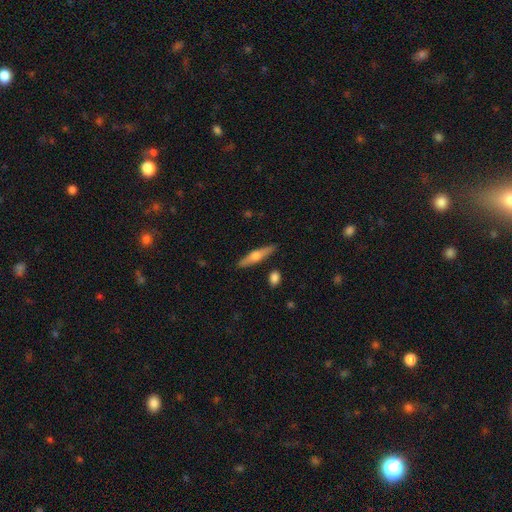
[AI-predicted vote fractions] The model was most divided on "smooth or featured": featured or disk: 52%, smooth: 42%, star or artifact: 6%. More confident: edge-on disk — yes (94%); merging — none (87%).